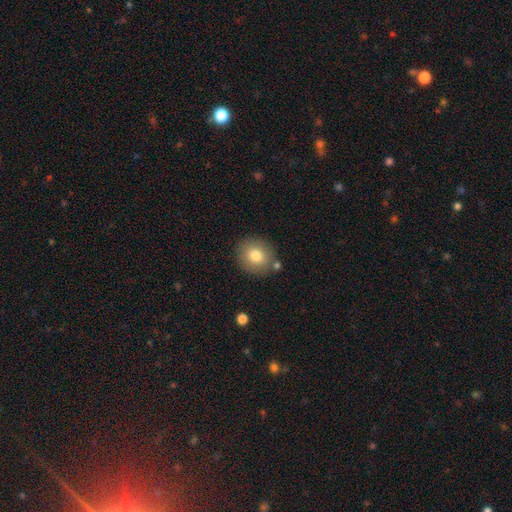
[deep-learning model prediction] Smooth or featured: smooth — 80% (featured or disk — 11%)
How rounded: round — 83% (in between — 17%)
Merging: none — 81% (minor disturbance — 10%)